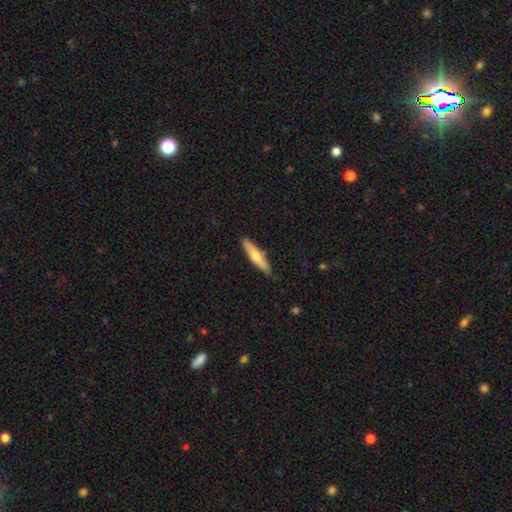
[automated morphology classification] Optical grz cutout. It shows a smooth galaxy with no disk features (53%) that is cigar-shaped (85%). Merging: none (88%).